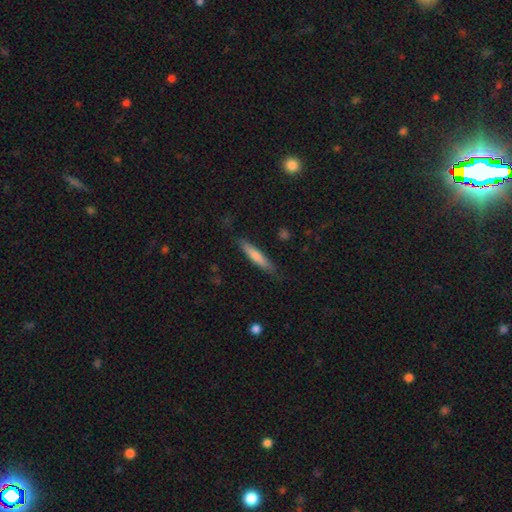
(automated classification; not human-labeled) This is possibly a smooth galaxy (55%). How rounded: clearly cigar-shaped (92%). Merging: clearly none (85%).